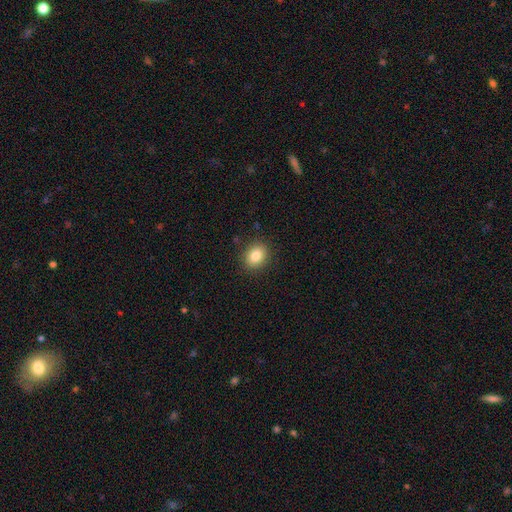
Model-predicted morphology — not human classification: Smooth or featured? smooth (84%)
How rounded? round (51%)
Merging? none (88%)